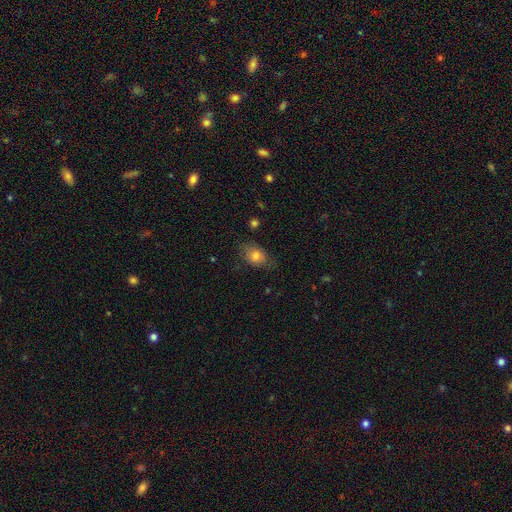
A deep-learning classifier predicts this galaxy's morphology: Q: Smooth or featured?
A: smooth (78%); runner-up: featured or disk (13%)
Q: How rounded?
A: in between (74%); runner-up: round (24%)
Q: Merging?
A: none (71%); runner-up: minor disturbance (21%)